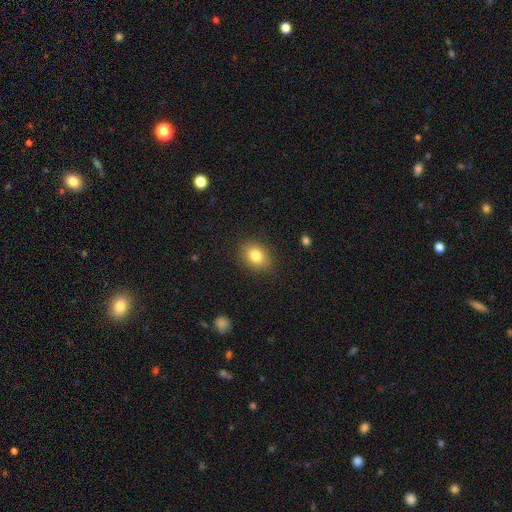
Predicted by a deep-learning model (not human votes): Q: Smooth or featured?
A: smooth (82%); runner-up: star or artifact (9%)
Q: How rounded?
A: in between (62%); runner-up: round (37%)
Q: Merging?
A: none (86%); runner-up: minor disturbance (11%)